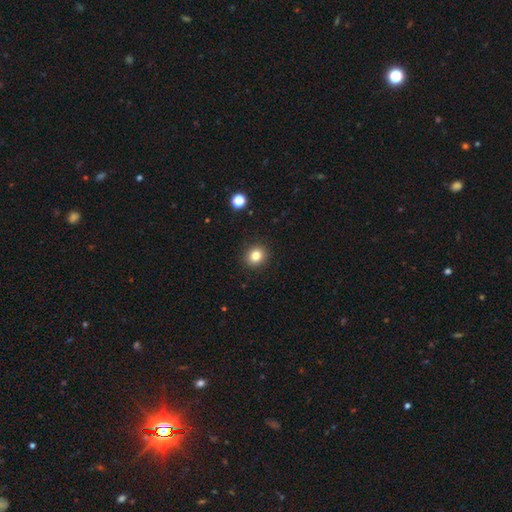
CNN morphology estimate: A smooth galaxy with no disk features (82%) that is round (78%).

Vote fractions:
- Smooth or featured? smooth: 82% / star or artifact: 11% / featured or disk: 7%
- How rounded? round: 78% / in between: 21% / cigar-shaped: 1%
- Merging? none: 91% / minor disturbance: 6% / major disturbance: 2% / merger: 1%